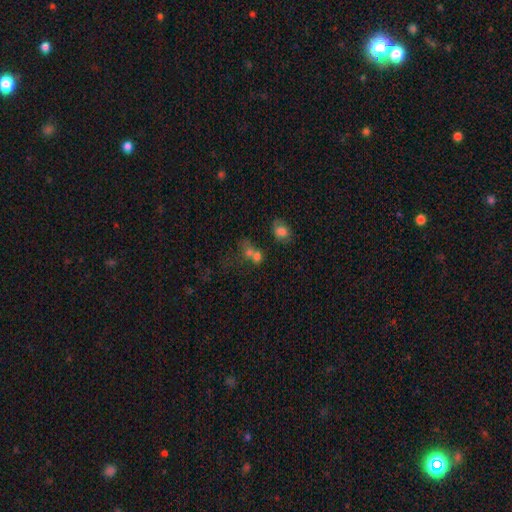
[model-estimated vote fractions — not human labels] Overall: smooth (69%). How rounded: round (62%; in between 37%). Merging: merger (51%; none 31%).